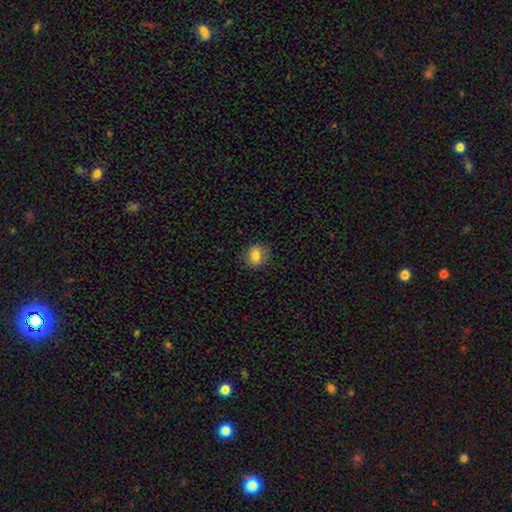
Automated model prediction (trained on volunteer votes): Smooth or featured? Predicted: smooth (p=0.80). How rounded? Predicted: round (p=0.71). Merging? Predicted: none (p=0.86).